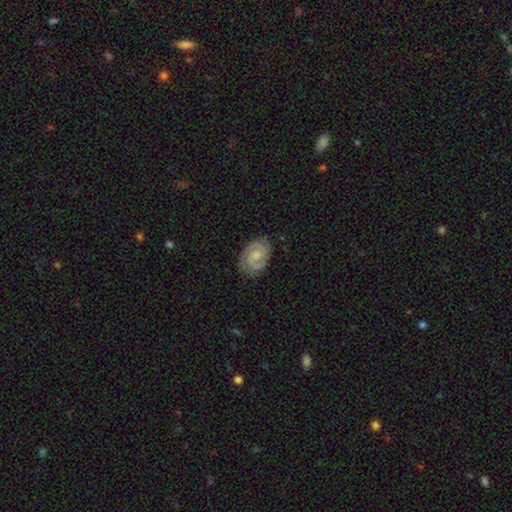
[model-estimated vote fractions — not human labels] Q: Smooth or featured?
A: featured or disk (83%); runner-up: smooth (11%)
Q: Edge-on disk?
A: no (98%); runner-up: yes (2%)
Q: Bar?
A: no (53%); runner-up: weak (40%)
Q: Spiral arms?
A: yes (97%); runner-up: no (3%)
Q: Spiral winding?
A: tight (56%); runner-up: medium (37%)
Q: Spiral arm count?
A: 2 (86%); runner-up: can't tell (6%)
Q: Bulge size?
A: moderate (41%); runner-up: small (40%)
Q: Merging?
A: none (80%); runner-up: minor disturbance (15%)